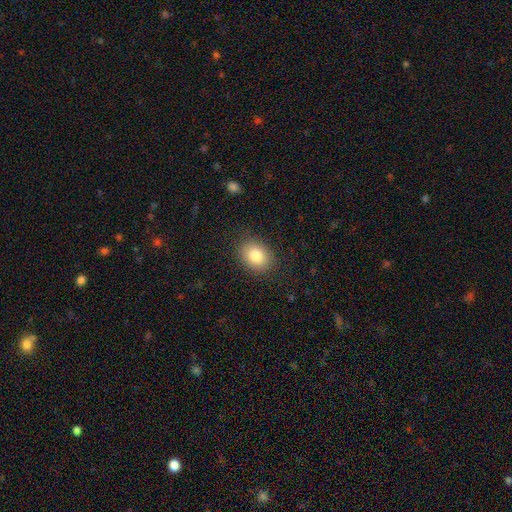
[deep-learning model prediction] Smooth or featured: smooth — 83% (star or artifact — 9%)
How rounded: in between — 64% (round — 35%)
Merging: none — 86% (minor disturbance — 10%)